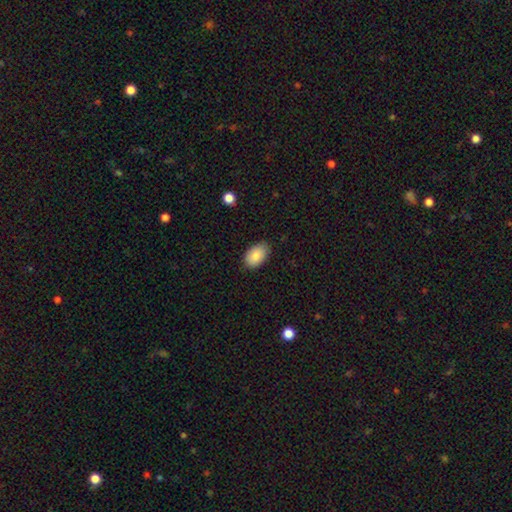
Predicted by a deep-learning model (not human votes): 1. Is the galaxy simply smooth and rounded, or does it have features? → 85% smooth, 8% featured or disk, 7% star or artifact.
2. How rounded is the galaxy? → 92% in between, 7% round, 1% cigar-shaped.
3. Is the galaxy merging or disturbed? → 82% none, 14% minor disturbance, 2% major disturbance, 1% merger.